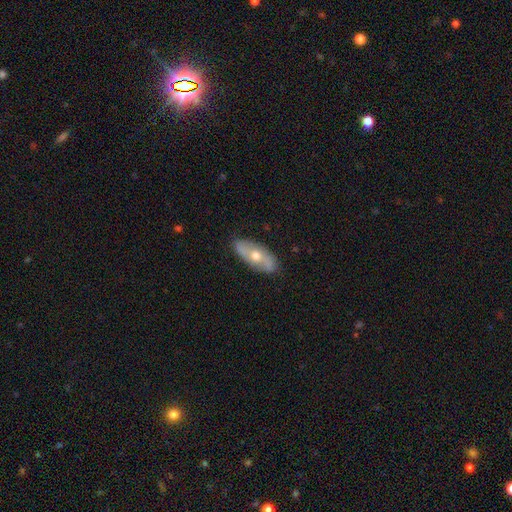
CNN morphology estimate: Overall: featured or disk (55%; smooth 39%). Edge-on disk: no (80%). Merging: none (84%).